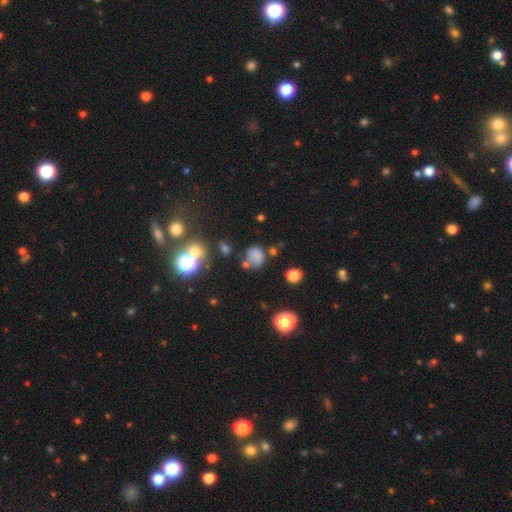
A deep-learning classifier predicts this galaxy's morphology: Smooth or featured? smooth (71%)
How rounded? round (72%)
Merging? none (60%)